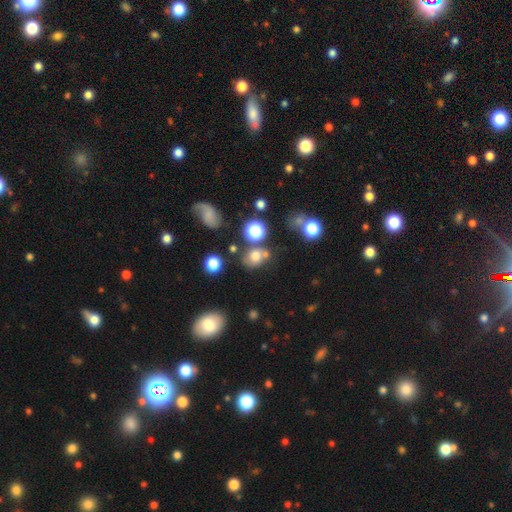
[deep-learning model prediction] Smooth or featured? Predicted: smooth (p=0.69). How rounded? Predicted: round (p=0.61). Merging? Predicted: none (p=0.56).